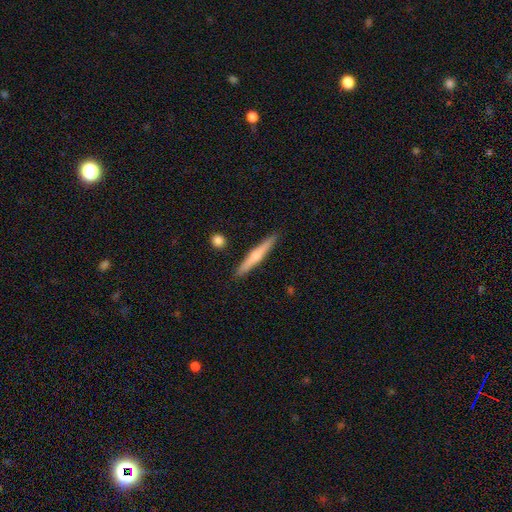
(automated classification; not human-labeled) A featured or disk galaxy (52%) viewed edge-on (97%) with a rounded central bulge (79%). Merging: none (90%).